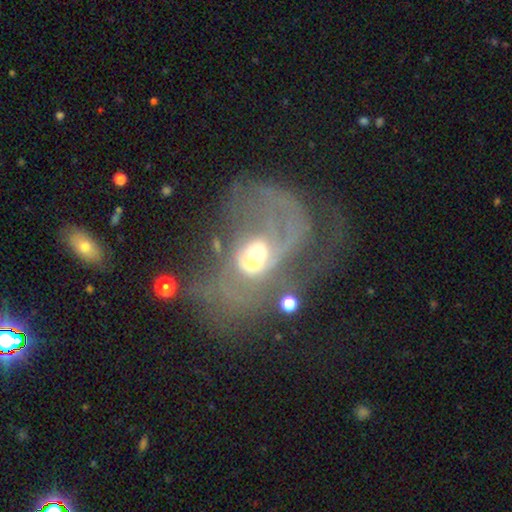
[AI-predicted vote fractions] Smooth or featured: featured or disk — 74% (smooth — 16%)
Edge-on disk: no — 96% (yes — 4%)
Bar: no — 57% (weak — 33%)
Spiral arms: yes — 70% (no — 30%)
Bulge size: moderate — 61% (small — 22%)
Merging: major disturbance — 50% (none — 25%)